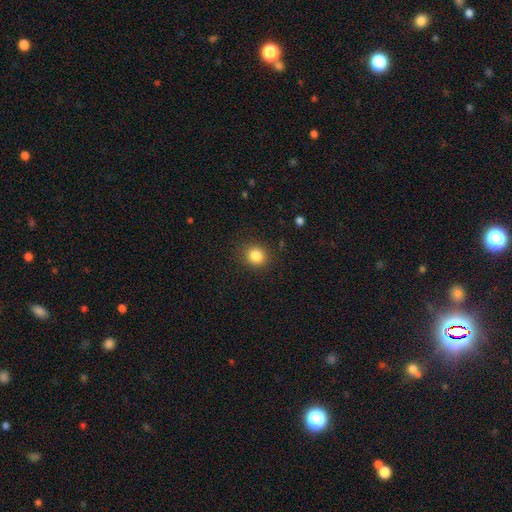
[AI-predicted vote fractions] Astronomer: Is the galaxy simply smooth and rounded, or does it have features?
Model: smooth — 84%.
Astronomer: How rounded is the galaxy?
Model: round — 85%.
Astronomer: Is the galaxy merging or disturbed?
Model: none — 88%.